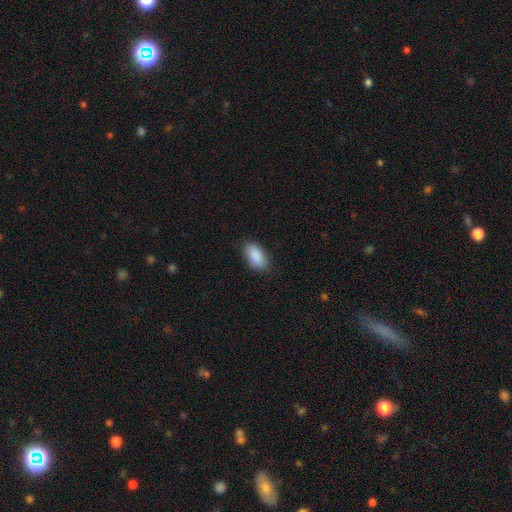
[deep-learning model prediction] Smooth or featured: smooth — 90% (star or artifact — 7%)
How rounded: in between — 92% (cigar-shaped — 5%)
Merging: none — 82% (minor disturbance — 14%)